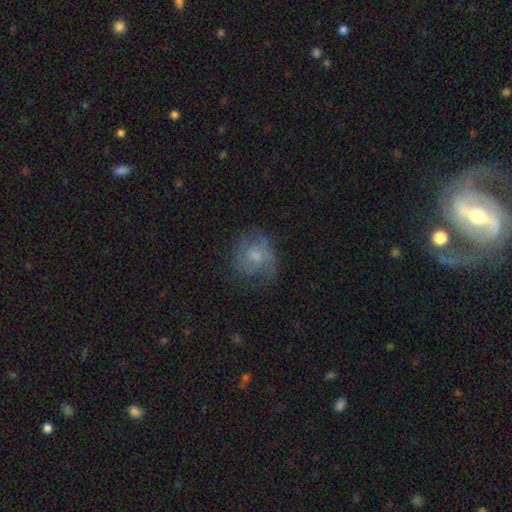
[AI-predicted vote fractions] A featured or disk galaxy (48%). Merging: none (54%).